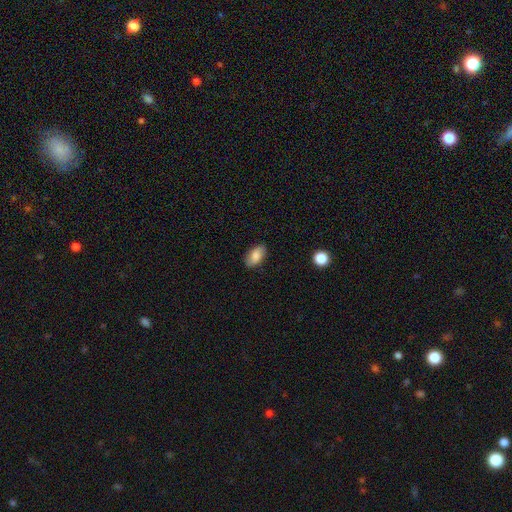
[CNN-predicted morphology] smooth_or_featured: smooth (p=0.82) [alt: featured or disk p=0.10]
how_rounded: in between (p=0.93) [alt: round p=0.05]
merging: none (p=0.86) [alt: minor disturbance p=0.11]